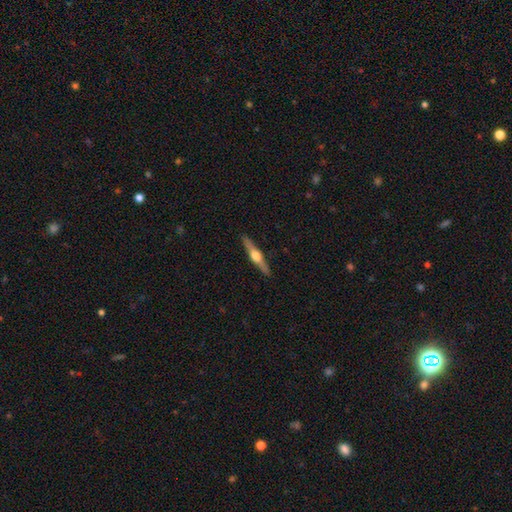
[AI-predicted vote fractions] Morphology: type=featured or disk (73%); edge-on=yes (98%); edge-on bulge=rounded (95%); merging=none (91%).